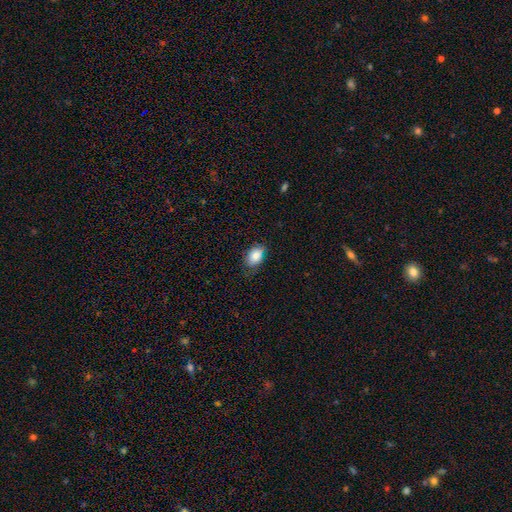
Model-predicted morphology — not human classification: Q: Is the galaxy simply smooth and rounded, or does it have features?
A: smooth — 85%.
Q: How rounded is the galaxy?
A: in between — 84%.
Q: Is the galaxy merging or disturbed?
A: none — 75%.